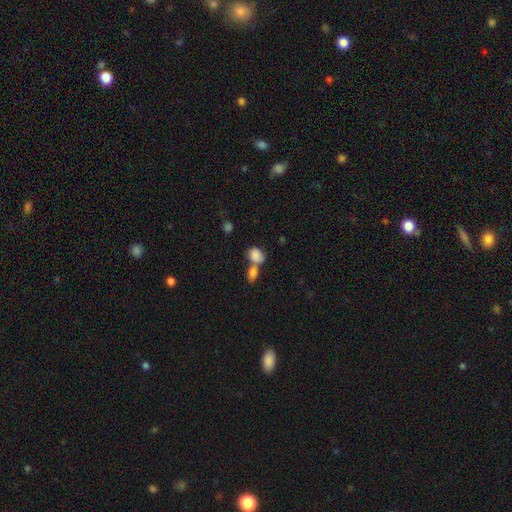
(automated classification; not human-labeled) smooth 84%, featured or disk 8%, star or artifact 8%. Down the decision tree: how rounded — in between (71%); merging — merger (62%).